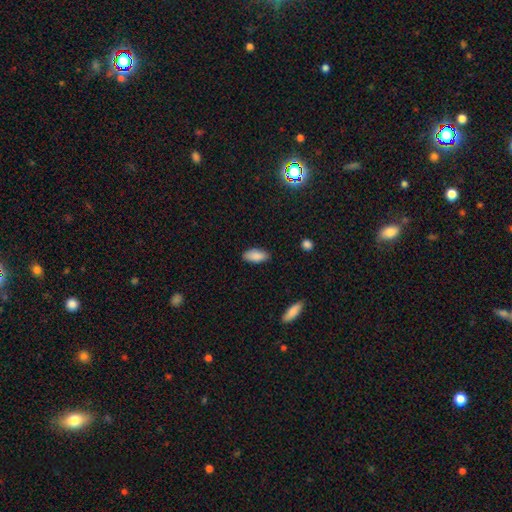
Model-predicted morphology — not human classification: Smooth or featured? Predicted: smooth (p=0.87). How rounded? Predicted: in between (p=0.88). Merging? Predicted: none (p=0.85).